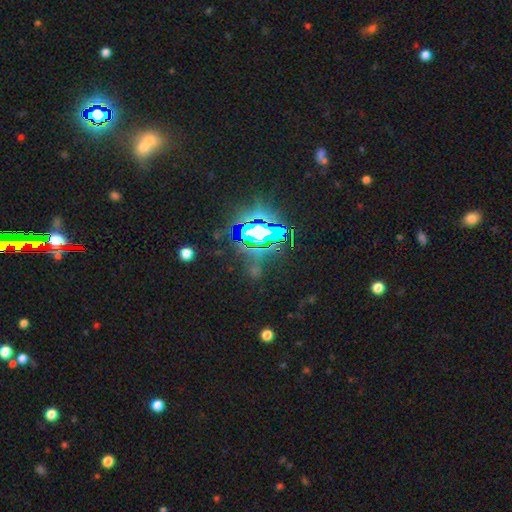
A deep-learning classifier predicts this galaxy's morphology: A star or artifact, not a galaxy (83%).

Vote fractions:
- Smooth or featured? star or artifact: 83% / smooth: 9% / featured or disk: 7%